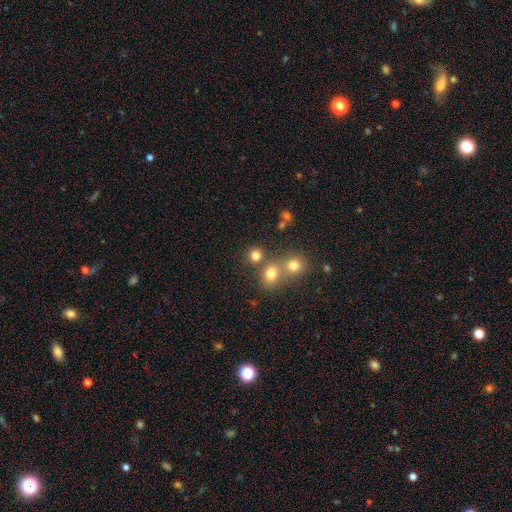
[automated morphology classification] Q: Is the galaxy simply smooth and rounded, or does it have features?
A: smooth — 79%.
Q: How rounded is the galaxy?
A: round — 86%.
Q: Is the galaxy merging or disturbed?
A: none — 63%.